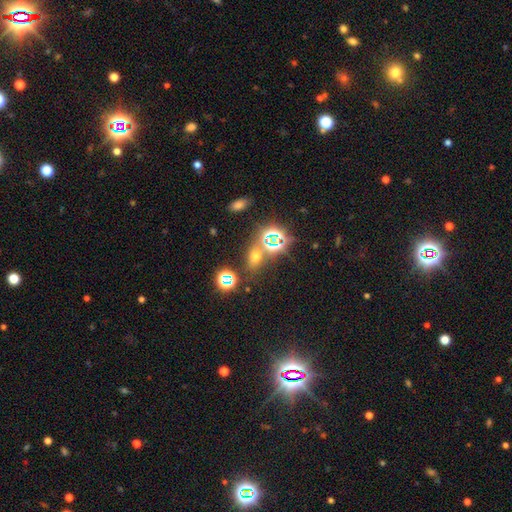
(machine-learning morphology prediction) A star or artifact, not a galaxy (57%).

Vote fractions:
- Smooth or featured? star or artifact: 57% / smooth: 33% / featured or disk: 10%